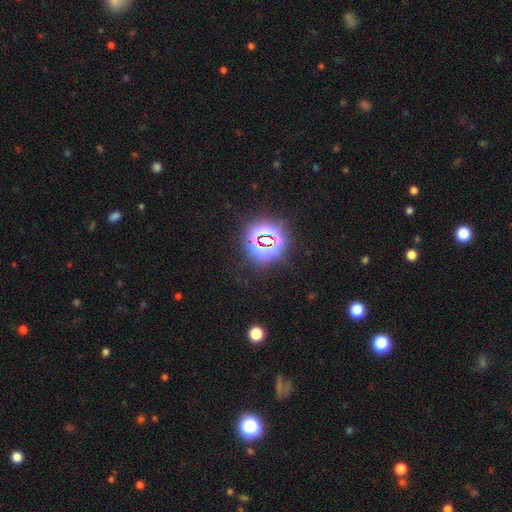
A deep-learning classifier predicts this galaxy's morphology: Q: Smooth or featured?
A: star or artifact (78%); runner-up: smooth (14%)